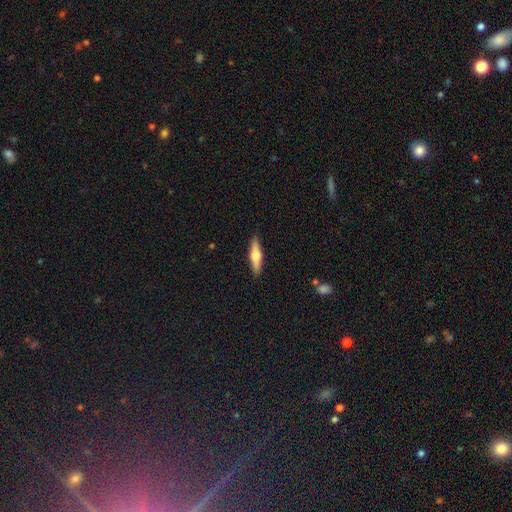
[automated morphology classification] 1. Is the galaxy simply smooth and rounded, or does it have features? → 48% smooth, 47% featured or disk, 6% star or artifact.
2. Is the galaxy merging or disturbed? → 90% none, 7% minor disturbance, 2% major disturbance, 1% merger.